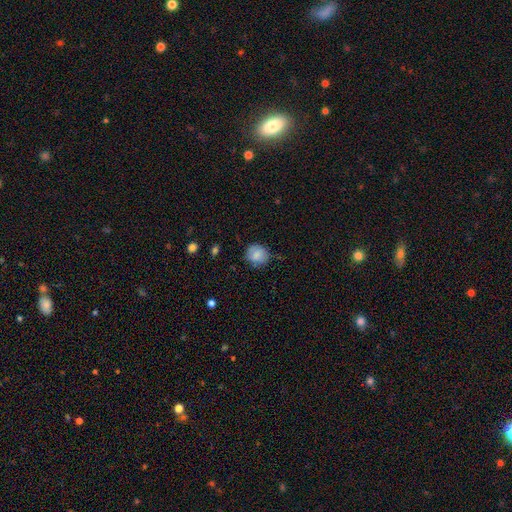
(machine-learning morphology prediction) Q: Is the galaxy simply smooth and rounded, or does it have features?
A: smooth — 83%.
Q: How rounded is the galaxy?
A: round — 77%.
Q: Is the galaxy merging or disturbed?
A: none — 73%.